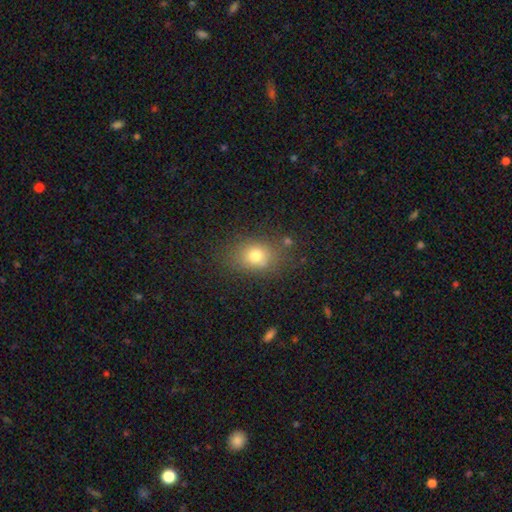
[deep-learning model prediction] Smooth or featured? Predicted: smooth (p=0.76). How rounded? Predicted: in between (p=0.55). Merging? Predicted: none (p=0.73).